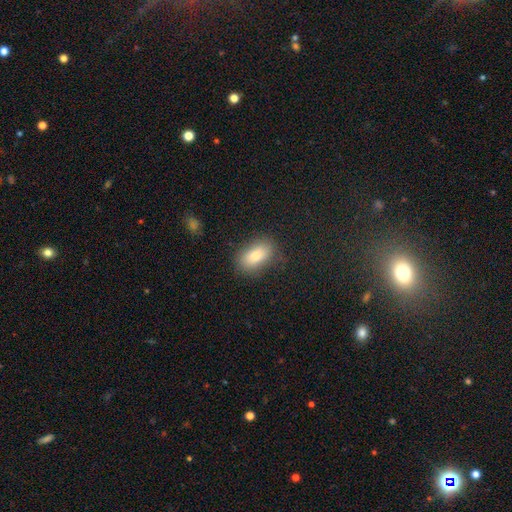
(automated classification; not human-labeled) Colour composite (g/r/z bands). It shows a smooth galaxy with no disk features (83%) that is in between round and cigar-shaped (89%). Merging: none (80%).